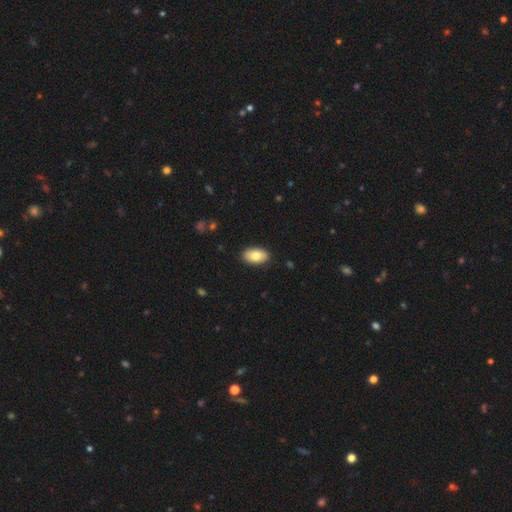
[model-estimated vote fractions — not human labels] Overall: smooth (79%). How rounded: in between (93%). Merging: none (88%).